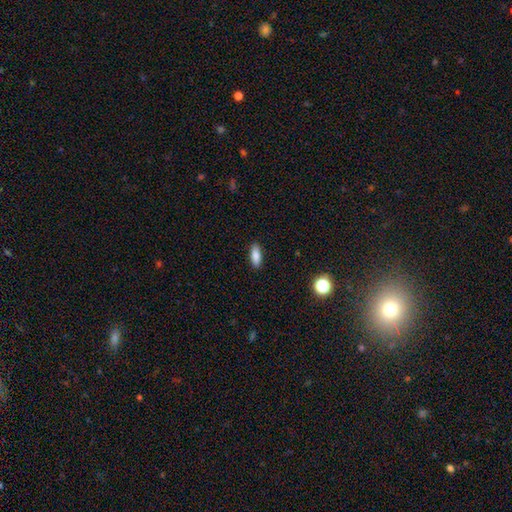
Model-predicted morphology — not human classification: A smooth galaxy with no disk features (85%) that is in between round and cigar-shaped (70%).

Vote fractions:
- Smooth or featured? smooth: 85% / star or artifact: 8% / featured or disk: 7%
- How rounded? in between: 70% / cigar-shaped: 27% / round: 2%
- Merging? none: 89% / minor disturbance: 8% / major disturbance: 2% / merger: 1%